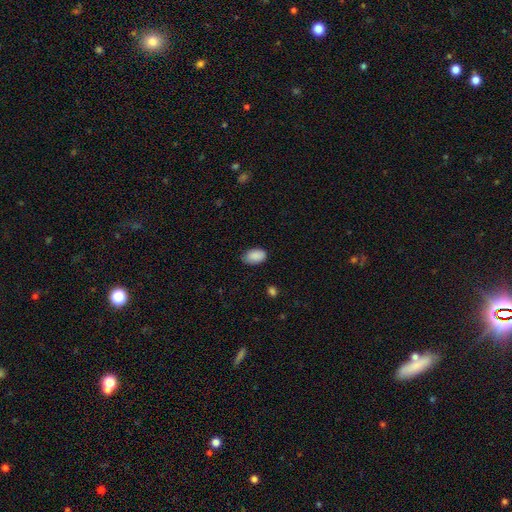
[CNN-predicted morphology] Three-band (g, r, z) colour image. It shows a smooth galaxy with no disk features (89%) that is in between round and cigar-shaped (91%). Merging: none (76%).